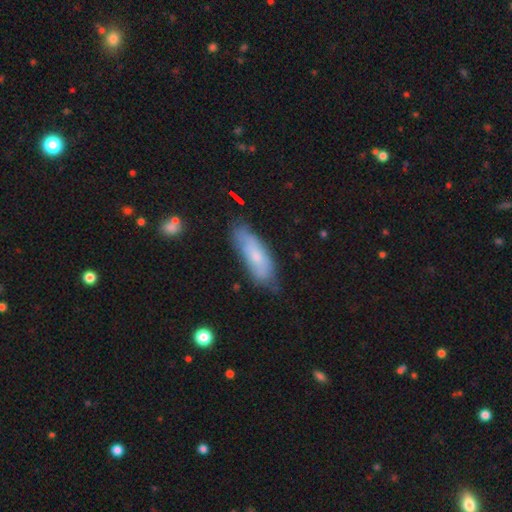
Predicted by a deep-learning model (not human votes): Smooth or featured? Predicted: smooth (p=0.61). How rounded? Predicted: in between (p=0.59). Merging? Predicted: none (p=0.61).